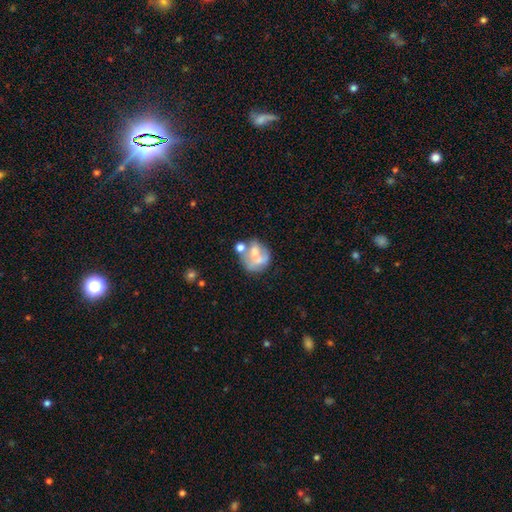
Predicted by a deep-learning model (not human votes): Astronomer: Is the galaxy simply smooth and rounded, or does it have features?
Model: featured or disk — 48% (runner-up: smooth, 41%).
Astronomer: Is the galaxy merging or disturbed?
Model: none — 34% (runner-up: merger, 27%).